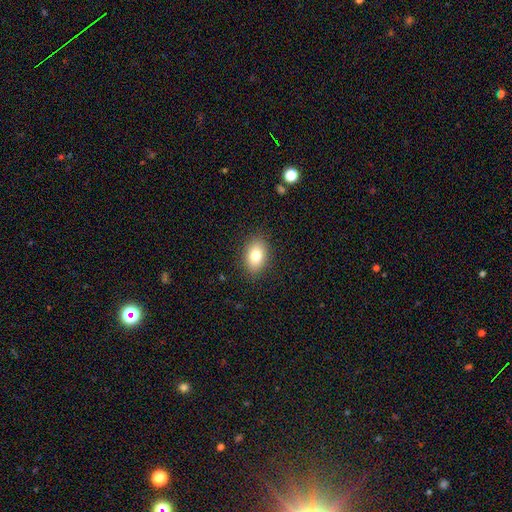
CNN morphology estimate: The model was most divided on "how rounded": in between: 84%, round: 14%, cigar-shaped: 1%. More confident: merging — none (87%); smooth or featured — smooth (81%).